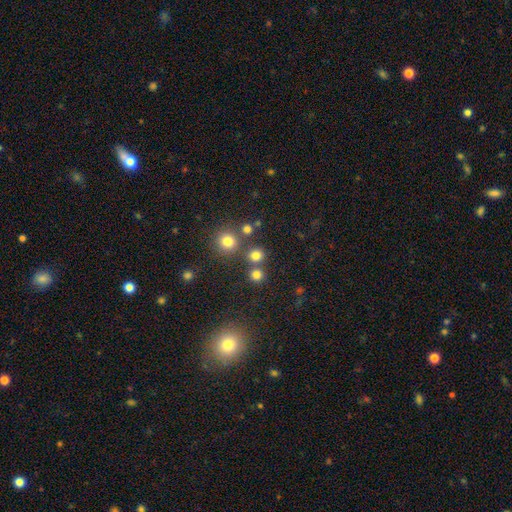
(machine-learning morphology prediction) Smooth or featured? Predicted: smooth (p=0.77). How rounded? Predicted: round (p=0.89). Merging? Predicted: none (p=0.73).